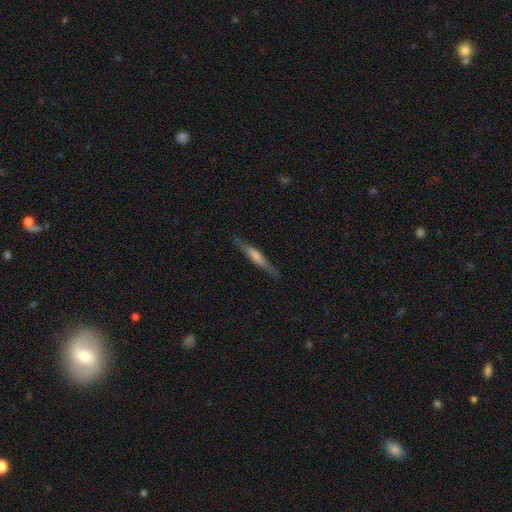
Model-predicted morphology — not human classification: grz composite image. It shows a featured or disk galaxy (59%) viewed edge-on (95%) with a rounded central bulge (47%). Merging: none (86%).